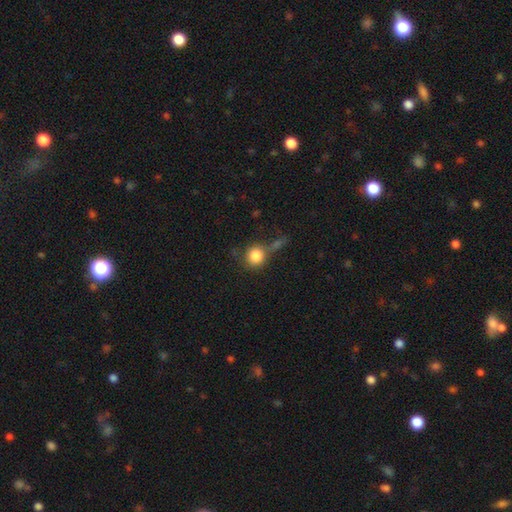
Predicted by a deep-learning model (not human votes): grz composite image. It shows a smooth galaxy with no disk features (84%) that is round (88%). Merging: none (51%).